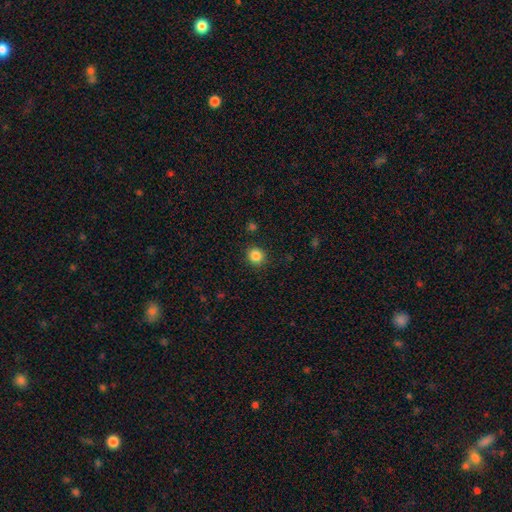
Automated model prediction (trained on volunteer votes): A smooth galaxy with no disk features (85%) that is round (89%). Merging: none (90%).